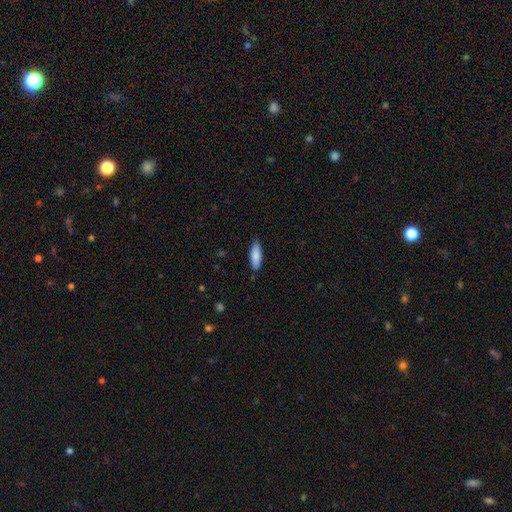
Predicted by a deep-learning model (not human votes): Smooth or featured?
  - smooth: 86% *
  - featured or disk: 8%
  - star or artifact: 6%
How rounded?
  - in between: 52% *
  - cigar-shaped: 47%
  - round: 2%
Merging?
  - none: 85% *
  - minor disturbance: 12%
  - major disturbance: 2%
  - merger: 1%